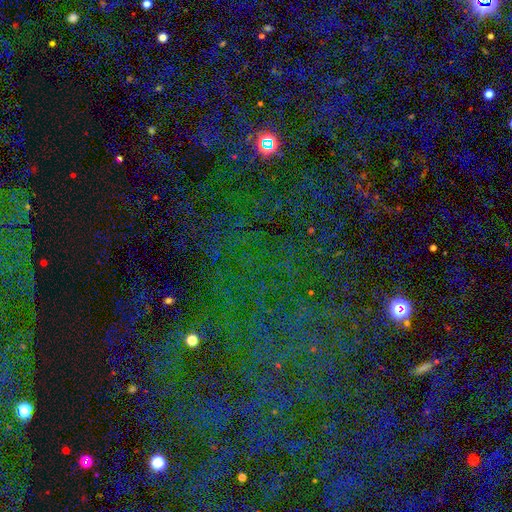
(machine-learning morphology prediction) The model was most divided on "smooth or featured": star or artifact: 79%, smooth: 13%, featured or disk: 8%.